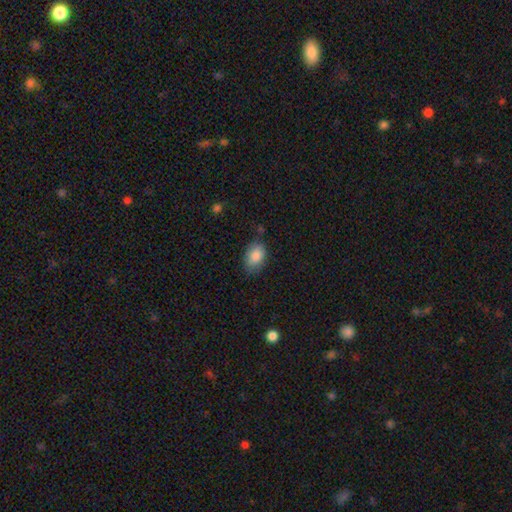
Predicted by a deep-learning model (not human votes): The model was most divided on "merging": none: 72%, minor disturbance: 22%, major disturbance: 4%, merger: 2%. More confident: smooth or featured — smooth (86%); how rounded — in between (86%).